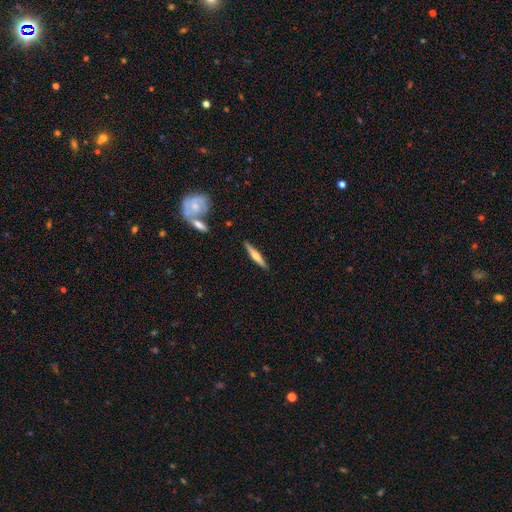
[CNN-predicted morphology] Smooth or featured: featured or disk — 56% (smooth — 39%)
Edge-on disk: yes — 96% (no — 4%)
Edge-on bulge: rounded — 83% (none — 9%)
Merging: none — 89% (minor disturbance — 8%)